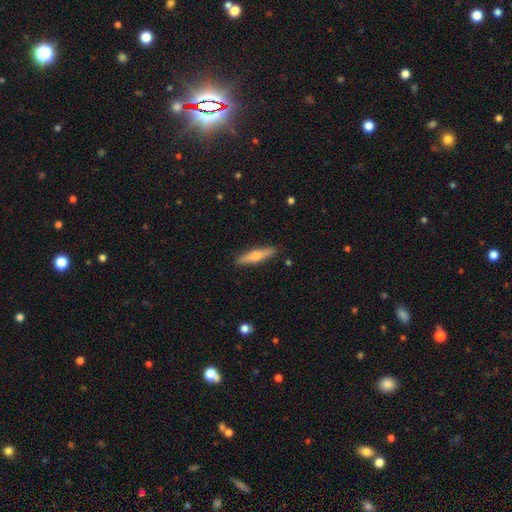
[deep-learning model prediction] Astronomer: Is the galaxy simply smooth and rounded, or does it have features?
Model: smooth — 63%.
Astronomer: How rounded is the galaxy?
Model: cigar-shaped — 81%.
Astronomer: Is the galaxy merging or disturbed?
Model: none — 89%.